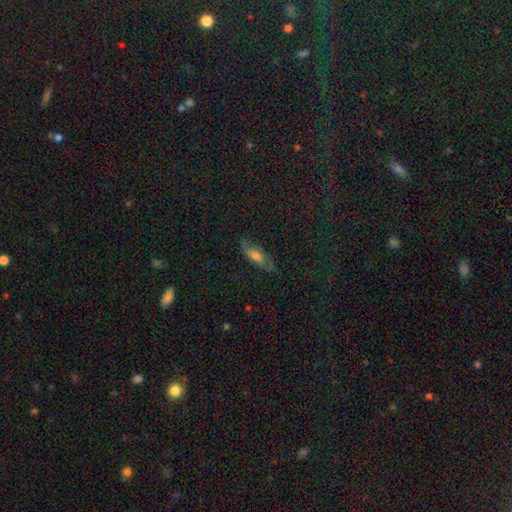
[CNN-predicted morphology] Smooth or featured? Predicted: smooth (p=0.48). Merging? Predicted: none (p=0.74).